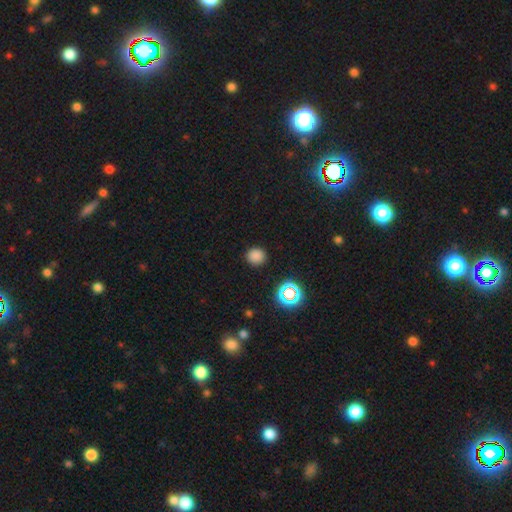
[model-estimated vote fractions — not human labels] Smooth or featured?
  - smooth: 79% *
  - star or artifact: 17%
  - featured or disk: 4%
How rounded?
  - round: 88% *
  - in between: 11%
  - cigar-shaped: 1%
Merging?
  - none: 89% *
  - minor disturbance: 7%
  - major disturbance: 2%
  - merger: 1%